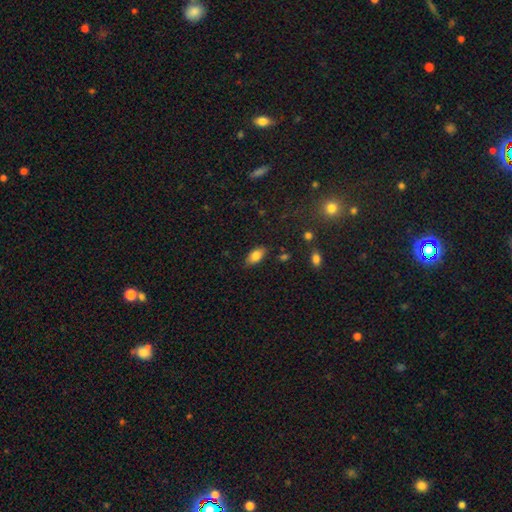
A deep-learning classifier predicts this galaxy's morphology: Smooth or featured? Predicted: smooth (p=0.82). How rounded? Predicted: in between (p=0.91). Merging? Predicted: none (p=0.82).